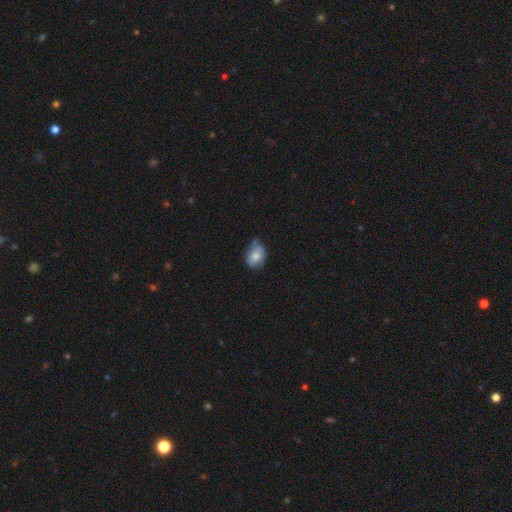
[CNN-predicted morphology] smooth 76%, featured or disk 16%, star or artifact 8%. Down the decision tree: how rounded — in between (75%); merging — none (51%).